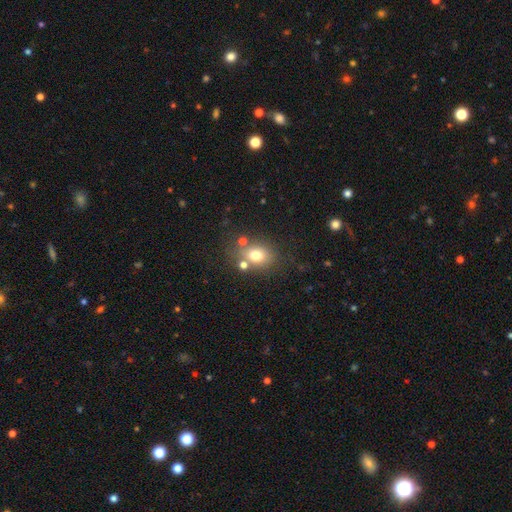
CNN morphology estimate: smooth_or_featured: smooth (p=0.73) [alt: star or artifact p=0.14]
how_rounded: in between (p=0.51) [alt: round p=0.48]
merging: none (p=0.65) [alt: minor disturbance p=0.14]